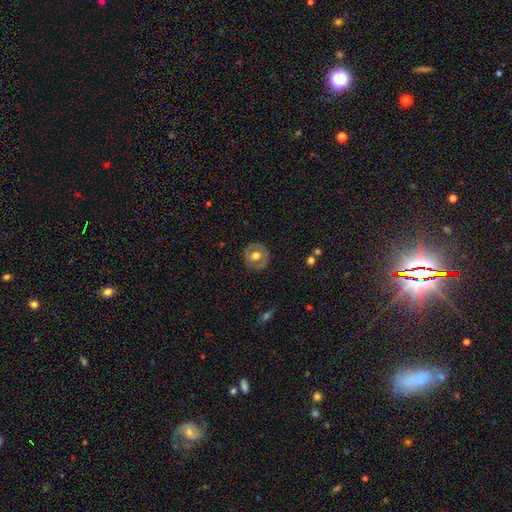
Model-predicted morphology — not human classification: This appears to be a smooth galaxy with no disk features (49%). Merging: none (85%).